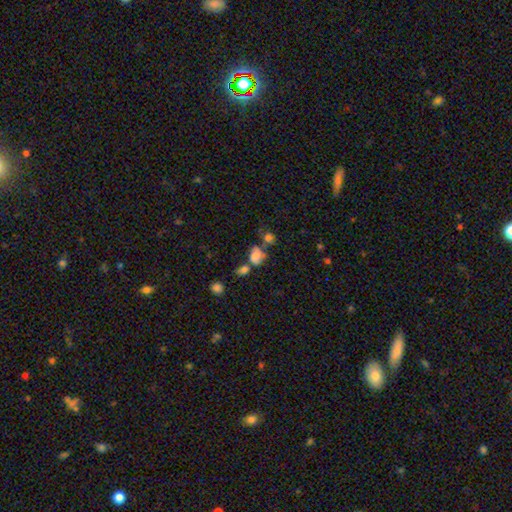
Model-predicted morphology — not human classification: Smooth or featured? Predicted: smooth (p=0.70). How rounded? Predicted: in between (p=0.55). Merging? Predicted: none (p=0.35).